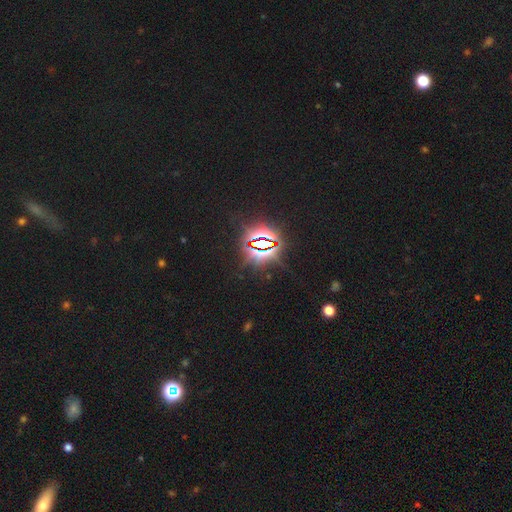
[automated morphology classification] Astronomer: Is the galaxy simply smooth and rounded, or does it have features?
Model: star or artifact — 83%.